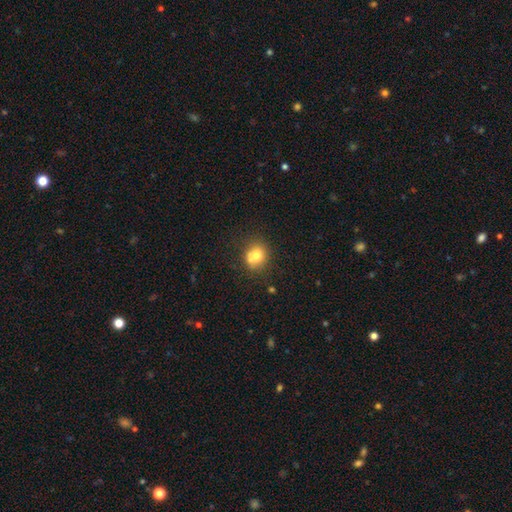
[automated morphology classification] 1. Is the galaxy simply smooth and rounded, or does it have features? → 73% smooth, 16% featured or disk, 12% star or artifact.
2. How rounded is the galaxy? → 78% round, 21% in between, 1% cigar-shaped.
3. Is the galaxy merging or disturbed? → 55% none, 26% merger, 14% minor disturbance, 5% major disturbance.